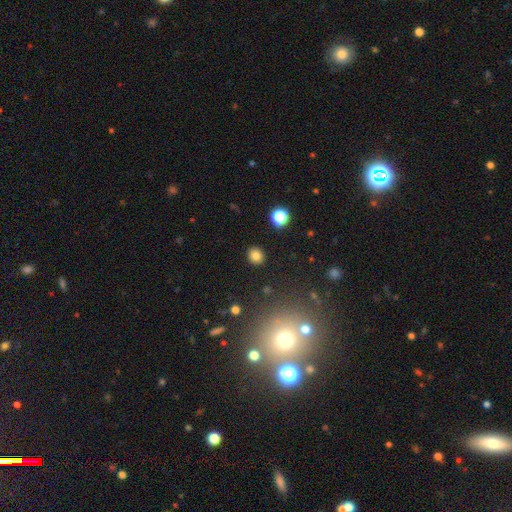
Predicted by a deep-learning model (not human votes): This appears to be a smooth galaxy with no disk features (82%) that is round (71%). Merging: none (89%).